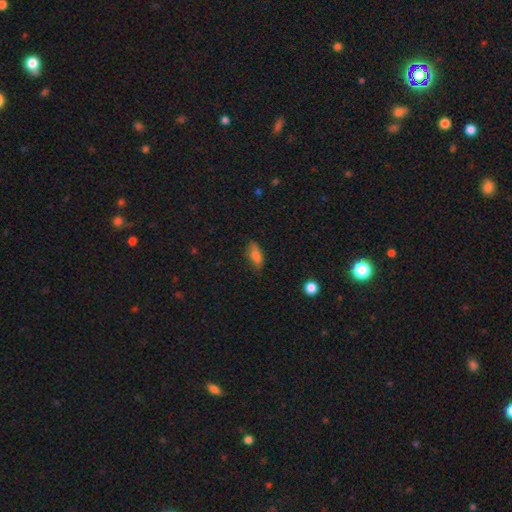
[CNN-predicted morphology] This is likely a smooth galaxy (80%). How rounded: likely in between (80%). Merging: likely none (72%).